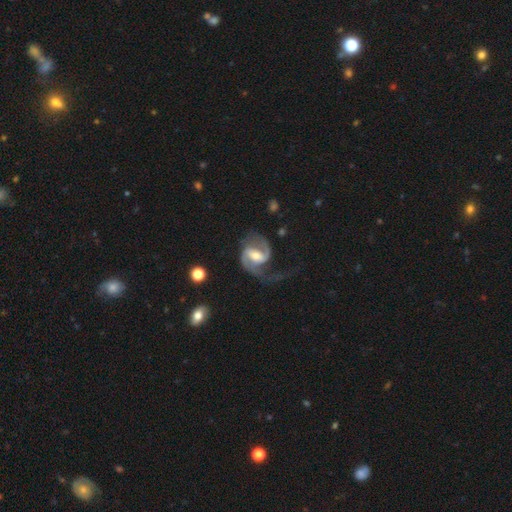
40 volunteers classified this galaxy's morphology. This appears to be a featured or disk galaxy (90%) with a weak bar (50%), 2 (97%) medium (74%) spiral arms (97%) and a moderate central bulge (56%). Merging: none (49%).